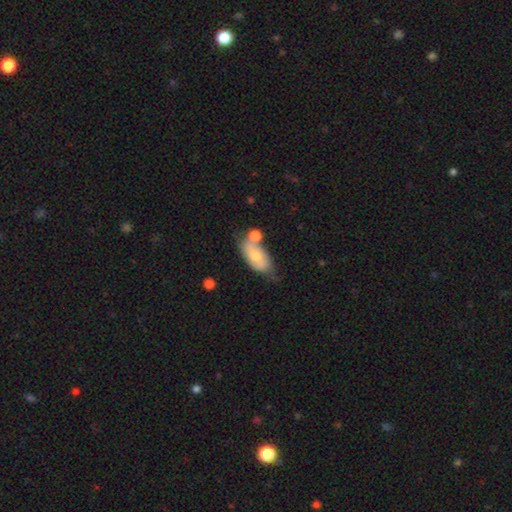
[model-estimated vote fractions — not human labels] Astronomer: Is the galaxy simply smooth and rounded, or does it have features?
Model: smooth — 66%.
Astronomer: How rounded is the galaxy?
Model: in between — 89%.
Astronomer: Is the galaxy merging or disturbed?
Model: none — 35% (runner-up: merger, 31%).